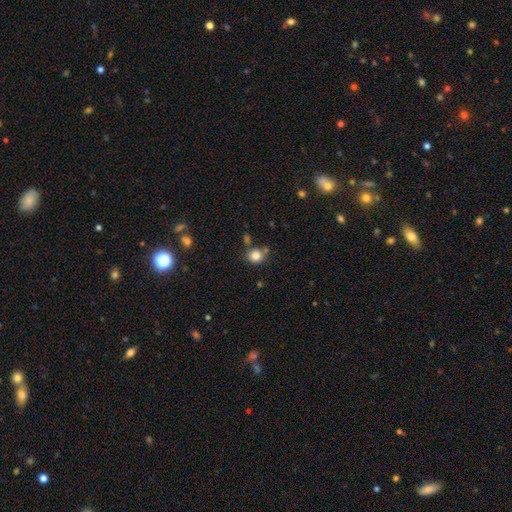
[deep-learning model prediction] Smooth or featured?
  - smooth: 82% *
  - star or artifact: 11%
  - featured or disk: 7%
How rounded?
  - round: 78% *
  - in between: 21%
  - cigar-shaped: 1%
Merging?
  - none: 70% *
  - minor disturbance: 15%
  - merger: 11%
  - major disturbance: 4%